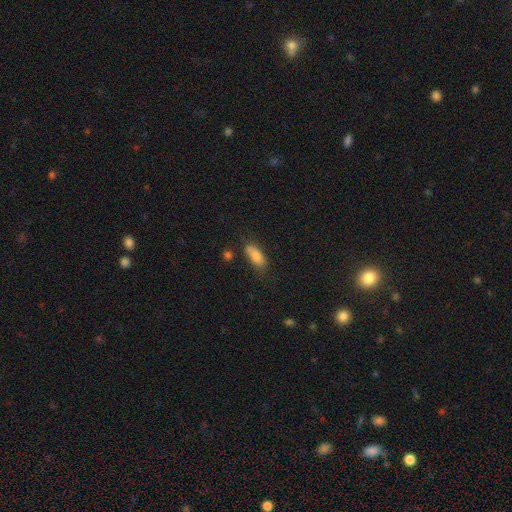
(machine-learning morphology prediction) A smooth galaxy with no disk features (77%) that is in between round and cigar-shaped (78%).

Vote fractions:
- Smooth or featured? smooth: 77% / featured or disk: 12% / star or artifact: 11%
- How rounded? in between: 78% / cigar-shaped: 18% / round: 4%
- Merging? none: 59% / minor disturbance: 22% / merger: 12% / major disturbance: 7%